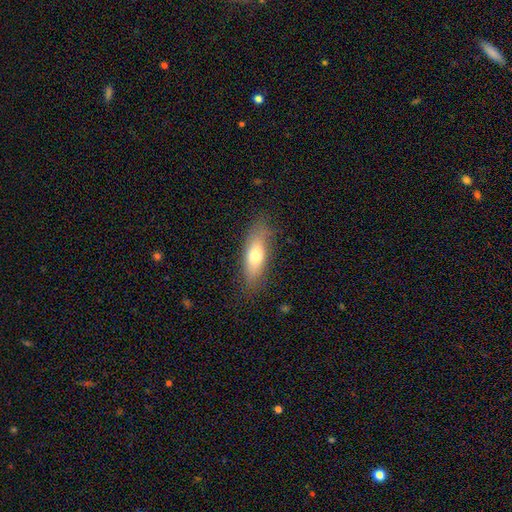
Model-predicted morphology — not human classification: Smooth or featured? smooth (68%)
How rounded? in between (55%)
Merging? none (80%)